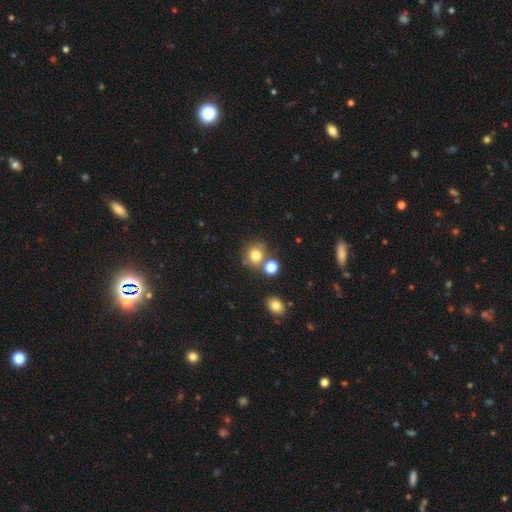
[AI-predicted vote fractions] smooth-or-featured: smooth: 78% | star or artifact: 14% | featured or disk: 8%
  how-rounded: round: 80% | in between: 19% | cigar-shaped: 1%
  merging: none: 66% | merger: 19% | minor disturbance: 11% | major disturbance: 4%